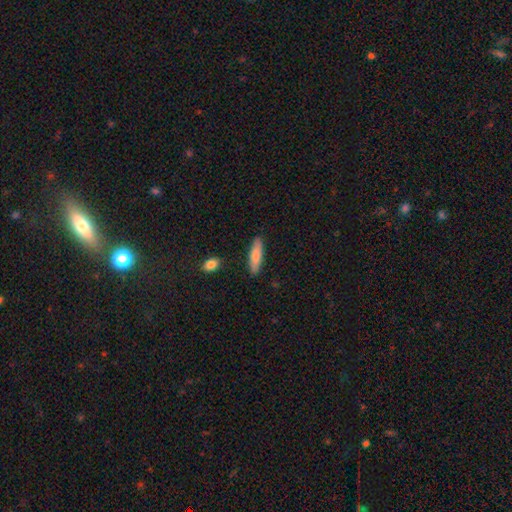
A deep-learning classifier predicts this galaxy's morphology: Q: Smooth or featured?
A: smooth (80%); runner-up: featured or disk (15%)
Q: How rounded?
A: cigar-shaped (62%); runner-up: in between (36%)
Q: Merging?
A: none (87%); runner-up: minor disturbance (9%)